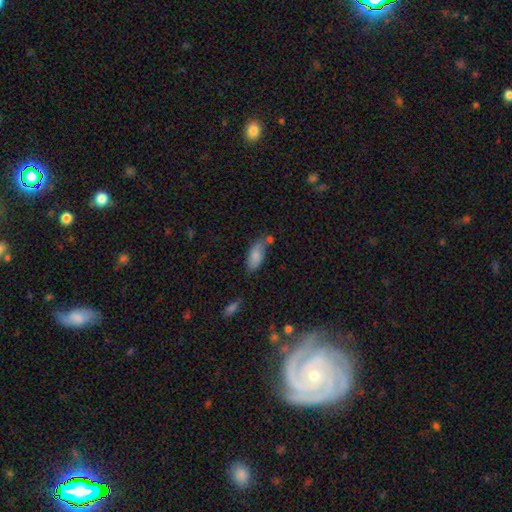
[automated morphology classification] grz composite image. It shows a smooth galaxy with no disk features (81%) that is in between round and cigar-shaped (86%). Merging: none (61%).